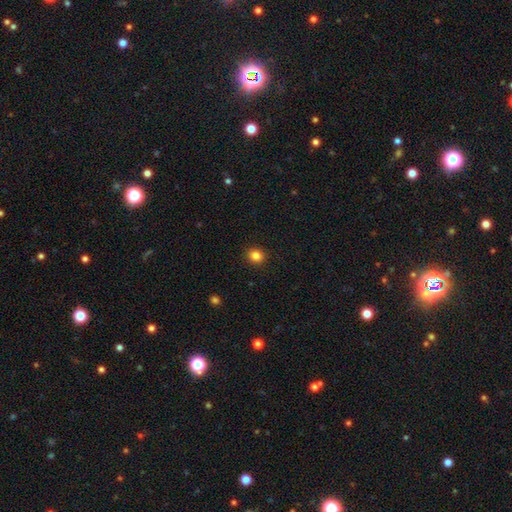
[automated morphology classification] Q: Smooth or featured?
A: smooth (84%); runner-up: star or artifact (12%)
Q: How rounded?
A: round (82%); runner-up: in between (17%)
Q: Merging?
A: none (92%); runner-up: minor disturbance (5%)